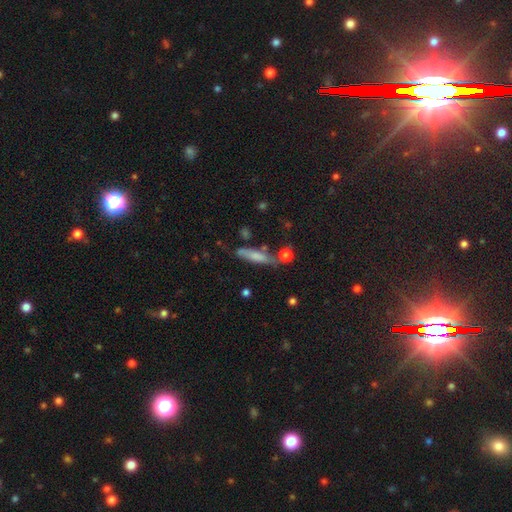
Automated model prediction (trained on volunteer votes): smooth 67%, featured or disk 24%, star or artifact 8%. Down the decision tree: how rounded — cigar-shaped (75%); merging — none (60%).